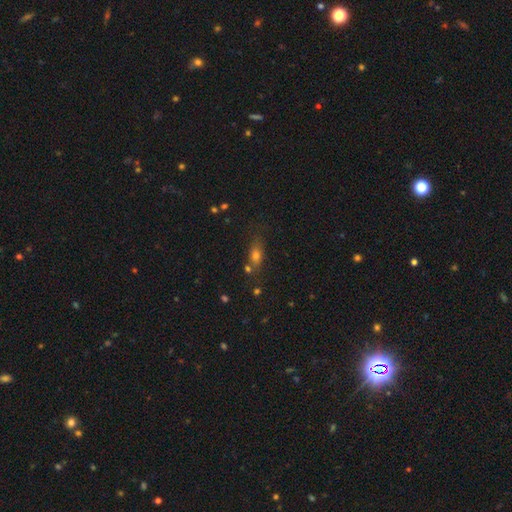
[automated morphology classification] The model was most divided on "how rounded": in between: 61%, cigar-shaped: 22%, round: 17%. More confident: smooth or featured — smooth (65%); merging — none (65%).